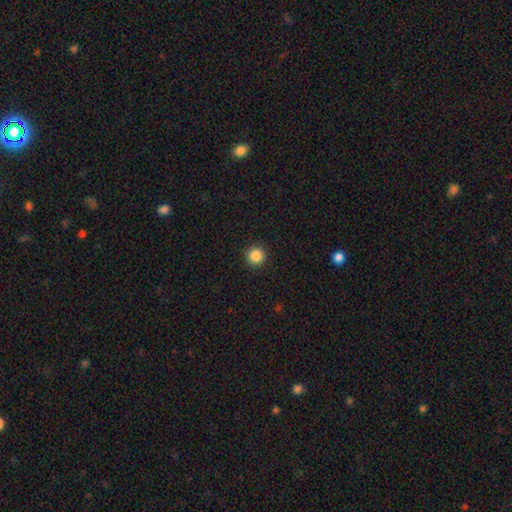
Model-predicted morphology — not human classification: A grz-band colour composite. It shows a smooth galaxy with no disk features (87%) that is round (96%). Merging: none (93%).